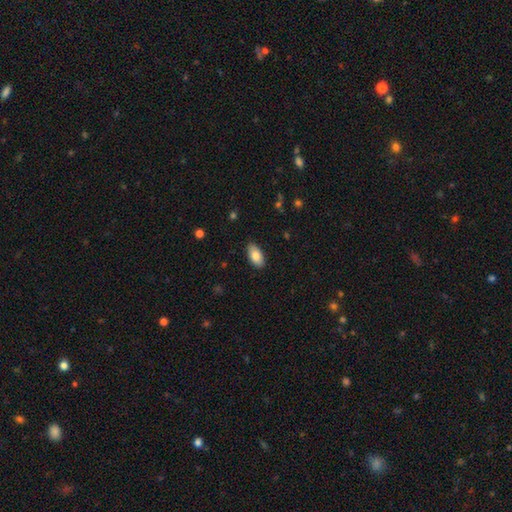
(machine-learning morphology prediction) The model was most divided on "smooth or featured": smooth: 81%, featured or disk: 12%, star or artifact: 7%. More confident: how rounded — in between (93%); merging — none (88%).